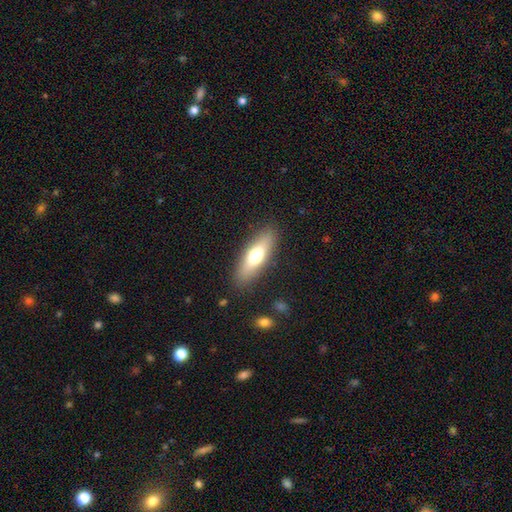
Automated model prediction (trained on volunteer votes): A smooth galaxy with no disk features (62%) that is in between round and cigar-shaped (50%). Merging: none (87%).